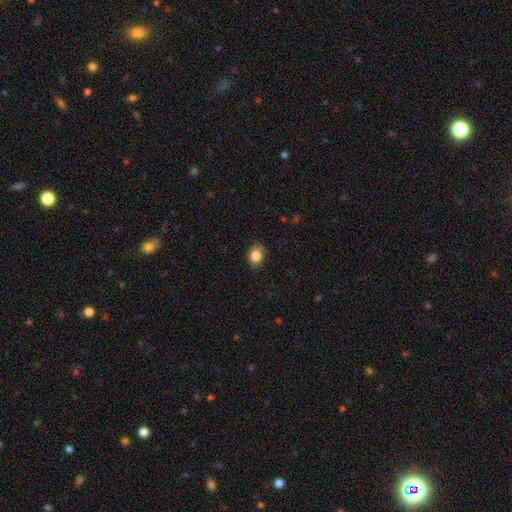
Morphology: type=smooth (95%); roundness=in between (54%); merging=none (78%).